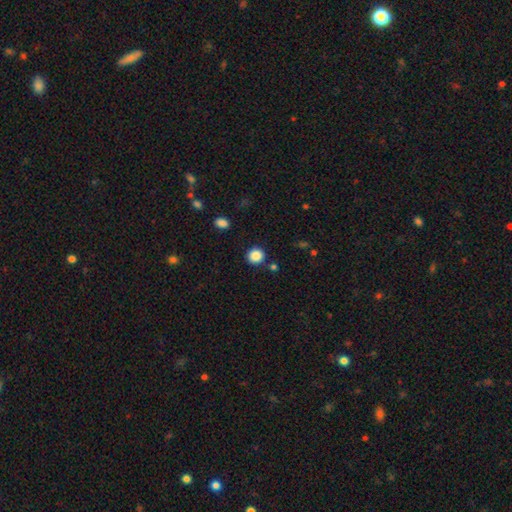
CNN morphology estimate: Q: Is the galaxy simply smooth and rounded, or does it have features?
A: smooth — 87%.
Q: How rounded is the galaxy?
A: round — 89%.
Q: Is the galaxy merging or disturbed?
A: none — 87%.